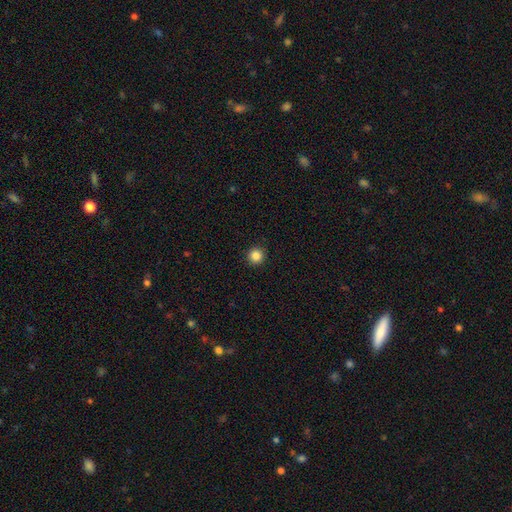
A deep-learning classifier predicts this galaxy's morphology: type=smooth (85%); roundness=round (96%); merging=none (93%).